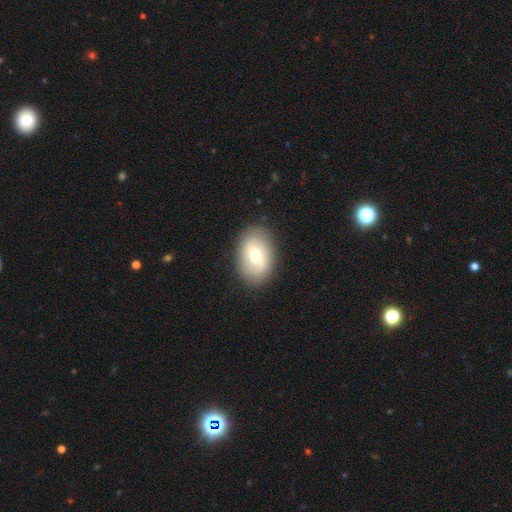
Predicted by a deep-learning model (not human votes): Smooth or featured?
  - smooth: 52% *
  - featured or disk: 41%
  - star or artifact: 7%
How rounded?
  - in between: 83% *
  - round: 16%
  - cigar-shaped: 1%
Merging?
  - none: 84% *
  - minor disturbance: 11%
  - major disturbance: 4%
  - merger: 1%